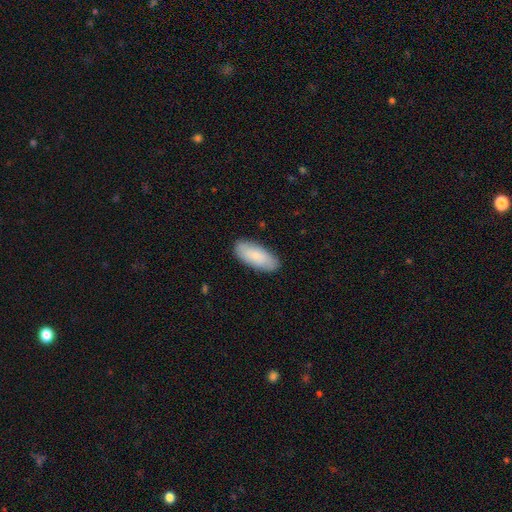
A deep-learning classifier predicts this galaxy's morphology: Smooth or featured? Predicted: smooth (p=0.81). How rounded? Predicted: in between (p=0.86). Merging? Predicted: none (p=0.87).